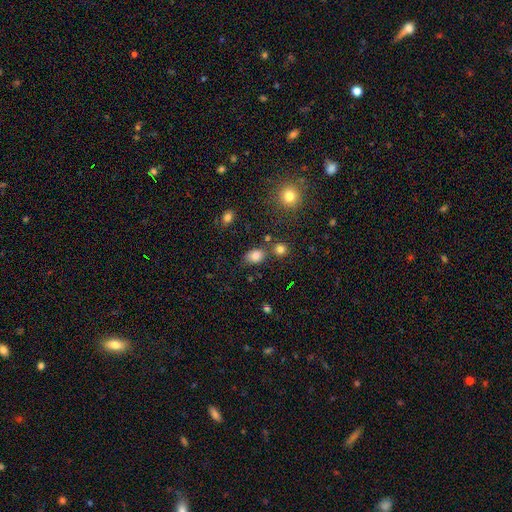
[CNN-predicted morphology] This appears to be a smooth galaxy with no disk features (81%) that is in between round and cigar-shaped (70%). Merging: none (70%).